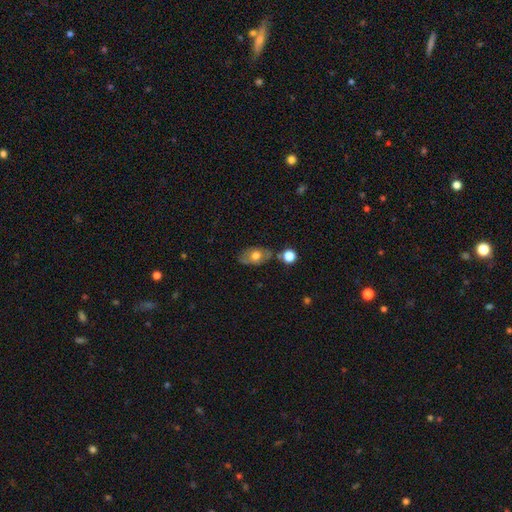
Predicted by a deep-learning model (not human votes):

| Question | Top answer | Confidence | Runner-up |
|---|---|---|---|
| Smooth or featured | smooth | 59% | featured or disk (32%) |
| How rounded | in between | 82% | round (16%) |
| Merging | none | 61% | minor disturbance (20%) |